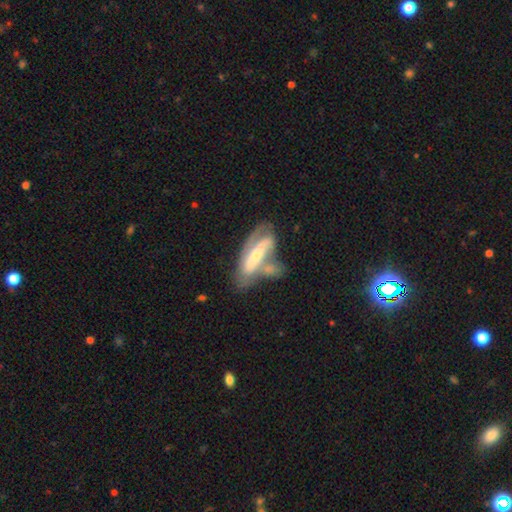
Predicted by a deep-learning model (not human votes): This is likely a featured or disk galaxy (66%). It is likely not viewed edge-on (79%). Bar: possibly strong (51%). Spiral arm pattern: likely yes (69%). Central bulge: possibly small (53%). Merging: marginally none (35%, tied with merger).